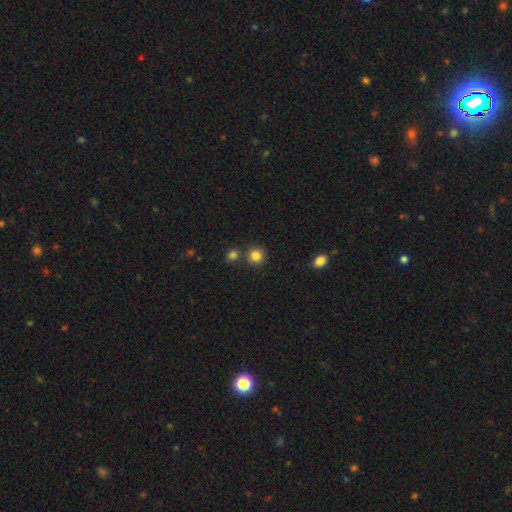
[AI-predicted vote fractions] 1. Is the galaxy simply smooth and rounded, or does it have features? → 83% smooth, 12% star or artifact, 5% featured or disk.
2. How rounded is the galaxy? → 92% round, 7% in between, 1% cigar-shaped.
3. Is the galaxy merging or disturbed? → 78% none, 12% merger, 8% minor disturbance, 2% major disturbance.